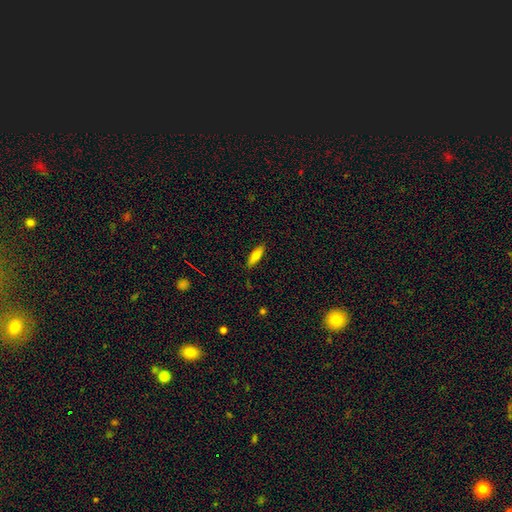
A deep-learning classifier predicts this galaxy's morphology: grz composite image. It shows a smooth galaxy with no disk features (75%) that is in between round and cigar-shaped (51%). Merging: none (85%).